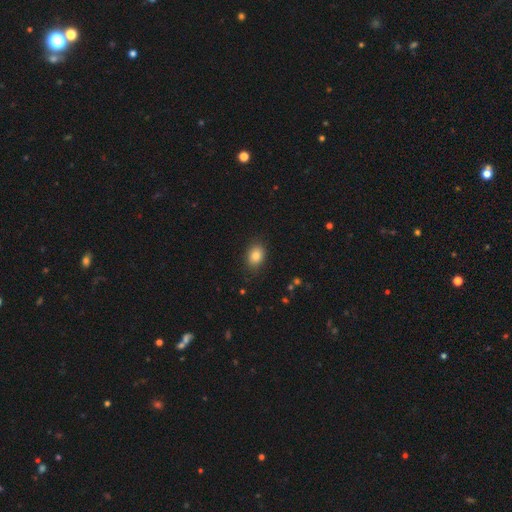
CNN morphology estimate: type=smooth (84%); roundness=in between (70%); merging=none (85%).